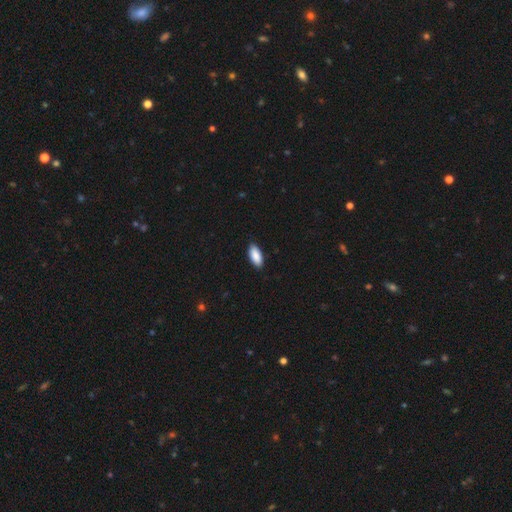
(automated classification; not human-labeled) Morphology: type=smooth (89%); roundness=in between (90%); merging=none (88%).